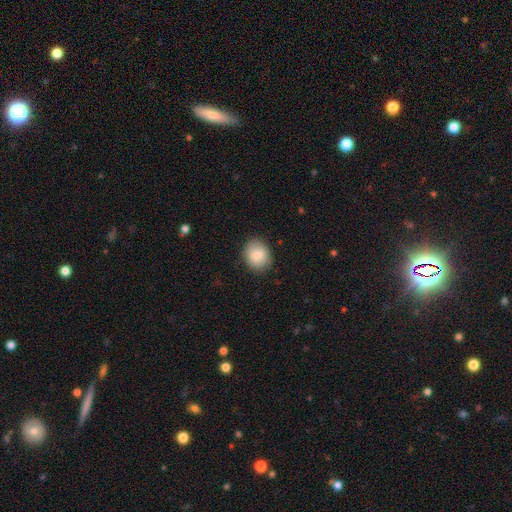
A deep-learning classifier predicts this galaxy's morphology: smooth_or_featured: smooth (p=0.85) [alt: star or artifact p=0.07]
how_rounded: round (p=0.57) [alt: in between p=0.42]
merging: none (p=0.86) [alt: minor disturbance p=0.10]